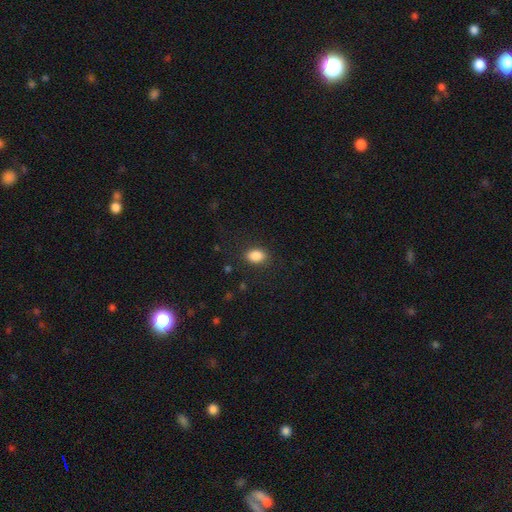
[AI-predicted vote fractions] A smooth galaxy with no disk features (87%) that is in between round and cigar-shaped (77%). Merging: none (86%).